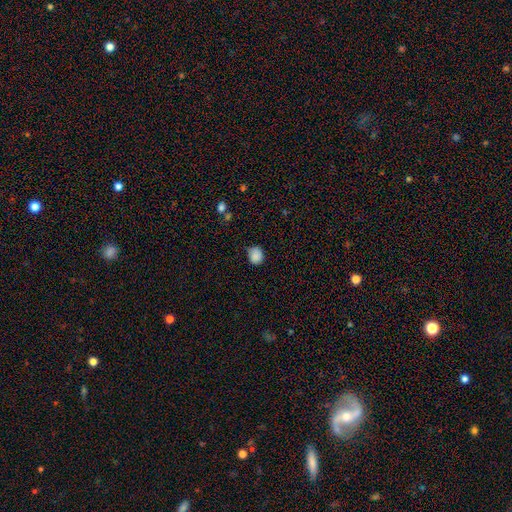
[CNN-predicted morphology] smooth_or_featured: smooth (p=0.86) [alt: star or artifact p=0.09]
how_rounded: round (p=0.64) [alt: in between p=0.35]
merging: none (p=0.66) [alt: minor disturbance p=0.27]